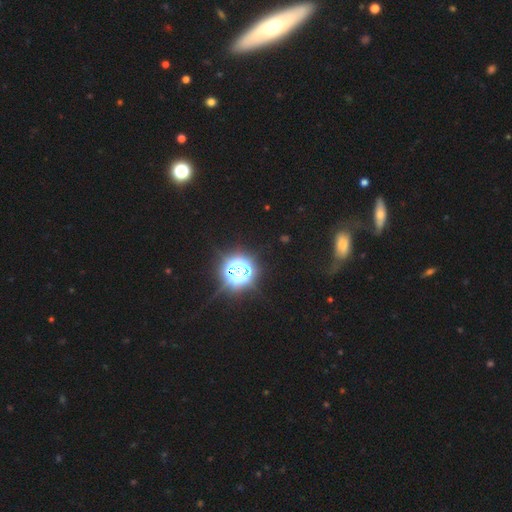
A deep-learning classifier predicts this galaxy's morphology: type=star or artifact (67%).